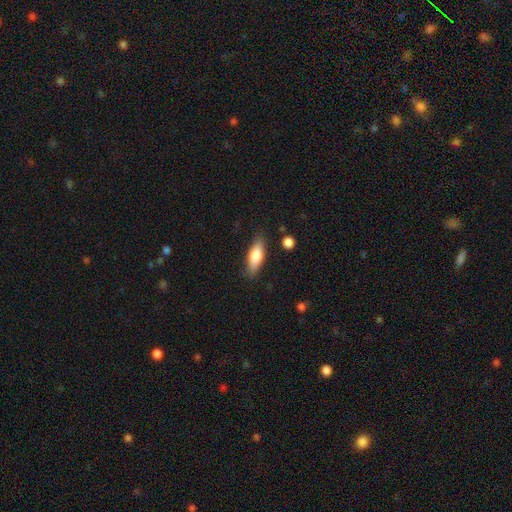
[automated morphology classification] smooth_or_featured: smooth (p=0.78) [alt: featured or disk p=0.16]
how_rounded: in between (p=0.61) [alt: cigar-shaped p=0.36]
merging: none (p=0.83) [alt: minor disturbance p=0.12]